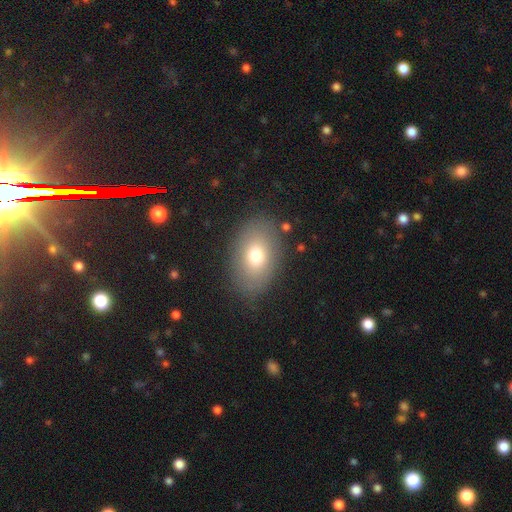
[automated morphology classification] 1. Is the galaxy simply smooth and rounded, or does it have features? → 73% smooth, 17% featured or disk, 10% star or artifact.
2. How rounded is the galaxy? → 82% in between, 17% round, 1% cigar-shaped.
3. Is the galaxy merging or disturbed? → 82% none, 12% minor disturbance, 5% major disturbance, 2% merger.